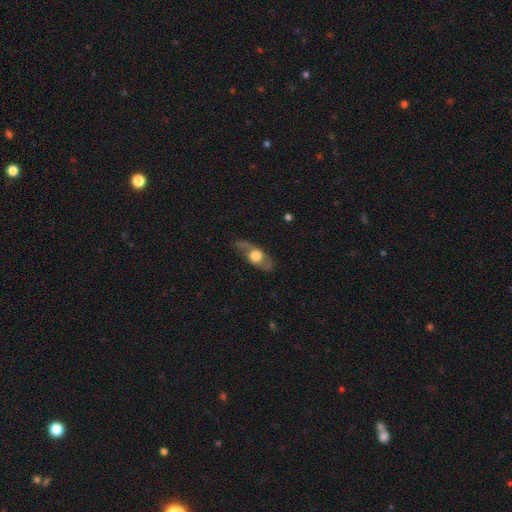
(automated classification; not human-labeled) smooth_or_featured: featured or disk (p=0.55) [alt: smooth p=0.39]
disk_edge_on: no (p=0.59) [alt: yes p=0.41]
merging: none (p=0.65) [alt: minor disturbance p=0.22]